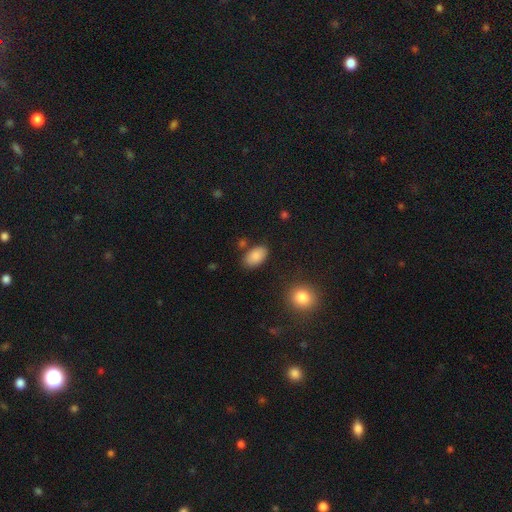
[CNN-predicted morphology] This is clearly a smooth galaxy (87%). How rounded: clearly in between (93%). Merging: clearly none (81%).